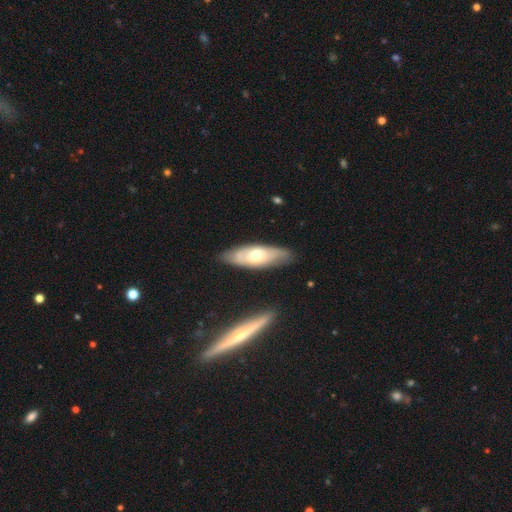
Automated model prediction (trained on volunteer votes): Smooth or featured? featured or disk (52%)
Edge-on disk? no (70%)
Merging? none (80%)